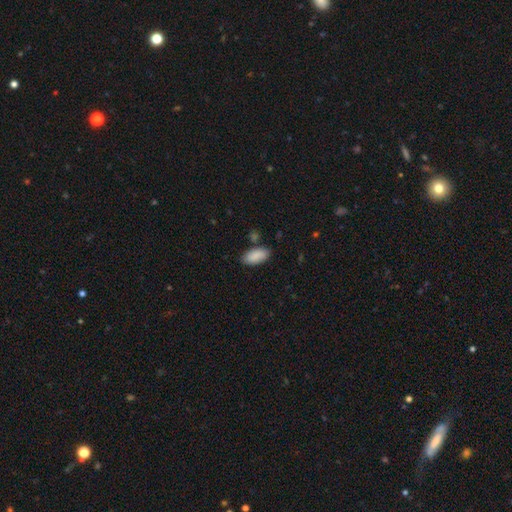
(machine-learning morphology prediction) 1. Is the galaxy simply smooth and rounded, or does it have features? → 89% smooth, 6% star or artifact, 5% featured or disk.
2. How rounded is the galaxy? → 91% in between, 7% cigar-shaped, 2% round.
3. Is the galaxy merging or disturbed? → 81% none, 13% minor disturbance, 4% merger, 3% major disturbance.